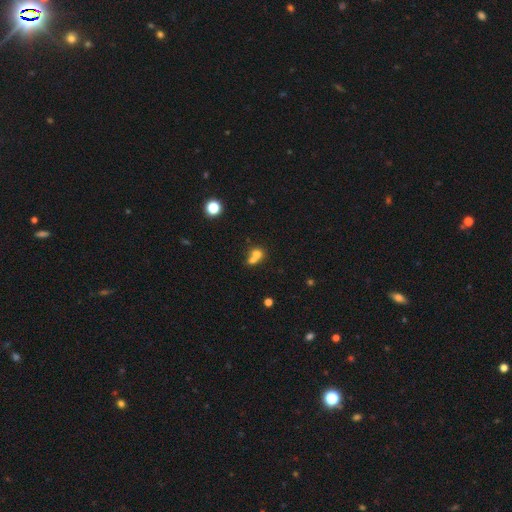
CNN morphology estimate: smooth 70%, featured or disk 16%, star or artifact 14%. Down the decision tree: how rounded — round (75%); merging — merger (61%).